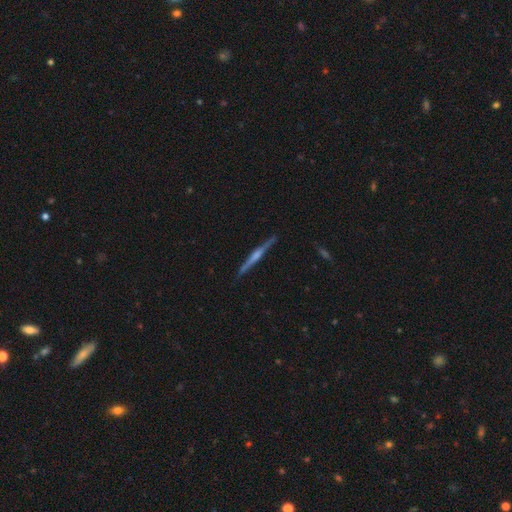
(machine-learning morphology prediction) Q: Smooth or featured?
A: featured or disk (80%); runner-up: smooth (15%)
Q: Edge-on disk?
A: yes (98%); runner-up: no (2%)
Q: Edge-on bulge?
A: rounded (68%); runner-up: none (16%)
Q: Merging?
A: none (91%); runner-up: minor disturbance (6%)